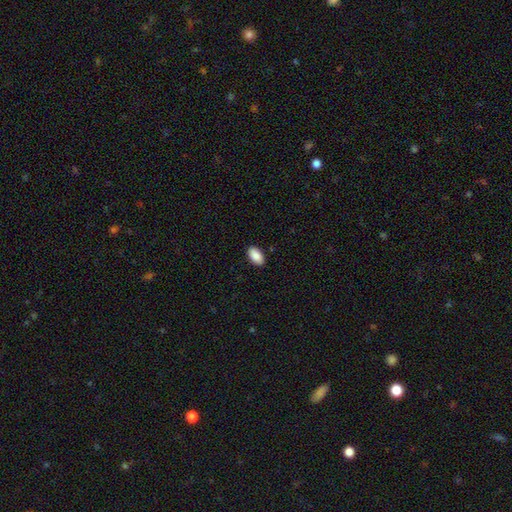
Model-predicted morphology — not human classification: Smooth or featured? smooth (90%)
How rounded? in between (95%)
Merging? none (89%)